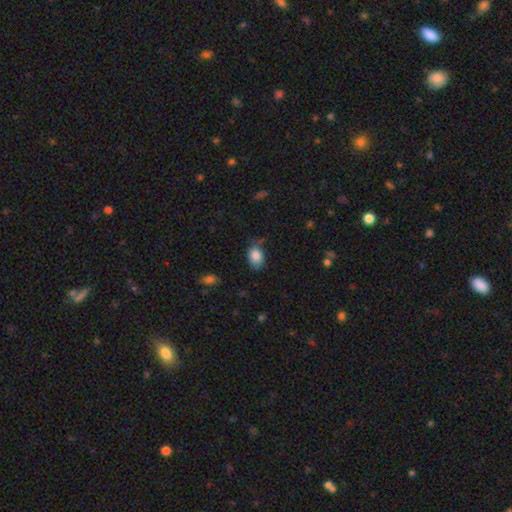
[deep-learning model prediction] smooth 85%, star or artifact 8%, featured or disk 6%. Down the decision tree: how rounded — in between (78%); merging — none (60%).